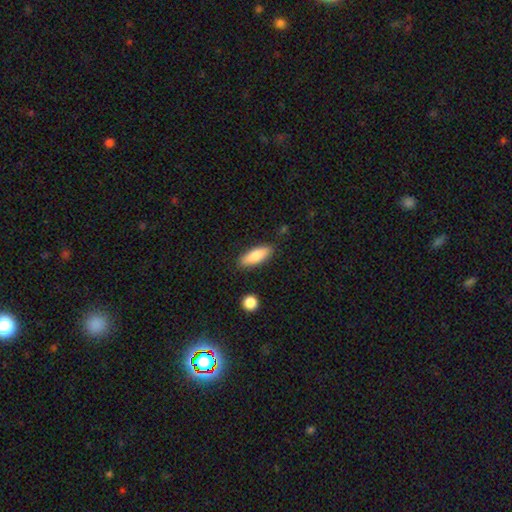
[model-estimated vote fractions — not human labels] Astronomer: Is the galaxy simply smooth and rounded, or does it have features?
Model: smooth — 83%.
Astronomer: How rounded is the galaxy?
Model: in between — 59% (runner-up: cigar-shaped, 39%).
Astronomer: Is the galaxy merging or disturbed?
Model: none — 85%.